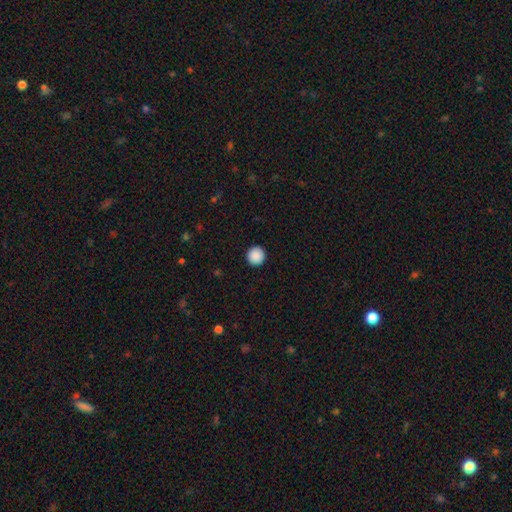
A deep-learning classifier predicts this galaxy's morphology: smooth-or-featured: smooth: 89% | star or artifact: 9% | featured or disk: 2%
  how-rounded: round: 96% | in between: 3% | cigar-shaped: 1%
  merging: none: 94% | minor disturbance: 4% | major disturbance: 1% | merger: 1%